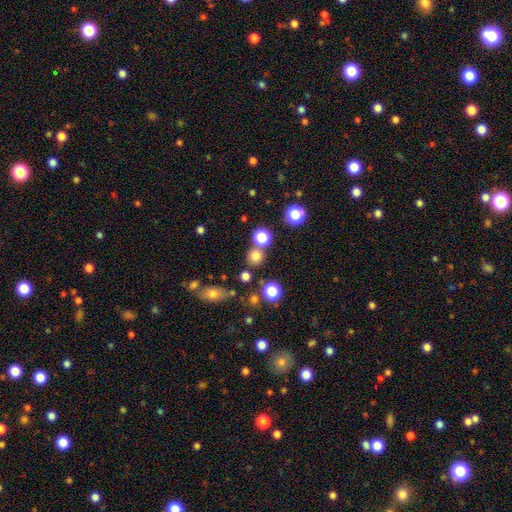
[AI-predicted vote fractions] Smooth or featured: smooth — 75% (star or artifact — 18%)
How rounded: round — 88% (in between — 11%)
Merging: none — 71% (merger — 18%)